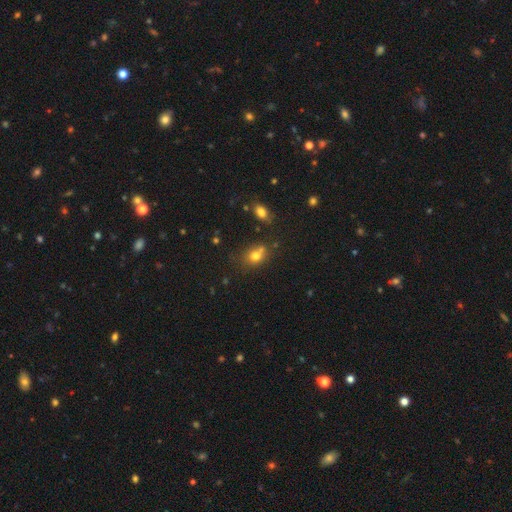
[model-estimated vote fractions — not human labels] Morphology: type=smooth (73%); roundness=round (55%); merging=none (46%).